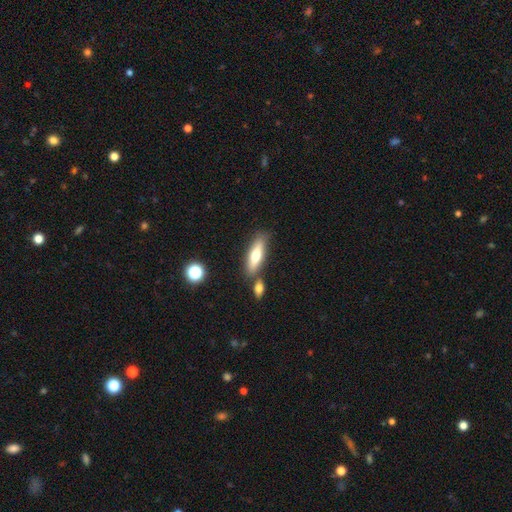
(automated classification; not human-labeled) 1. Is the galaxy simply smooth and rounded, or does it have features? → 62% smooth, 31% featured or disk, 7% star or artifact.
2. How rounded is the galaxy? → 51% cigar-shaped, 47% in between, 2% round.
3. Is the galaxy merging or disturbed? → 70% none, 16% merger, 11% minor disturbance, 3% major disturbance.